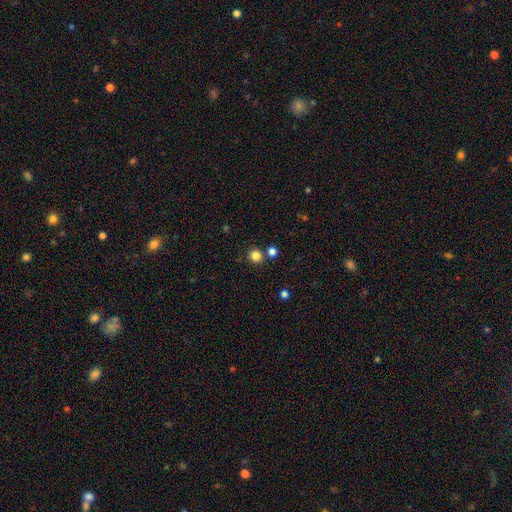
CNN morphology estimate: Smooth or featured? smooth (82%)
How rounded? round (90%)
Merging? none (81%)